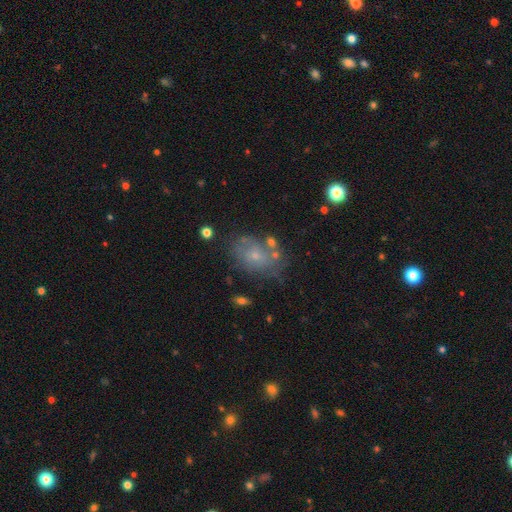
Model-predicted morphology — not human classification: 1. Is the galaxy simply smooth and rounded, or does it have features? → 45% smooth, 41% featured or disk, 14% star or artifact.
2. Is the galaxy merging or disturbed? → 57% none, 23% minor disturbance, 12% major disturbance, 8% merger.